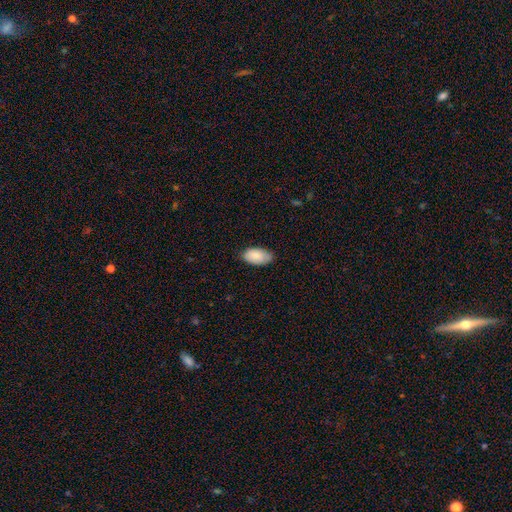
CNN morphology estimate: Smooth or featured?
  - smooth: 86% *
  - featured or disk: 7%
  - star or artifact: 6%
How rounded?
  - in between: 96% *
  - round: 3%
  - cigar-shaped: 2%
Merging?
  - none: 81% *
  - minor disturbance: 16%
  - major disturbance: 2%
  - merger: 1%